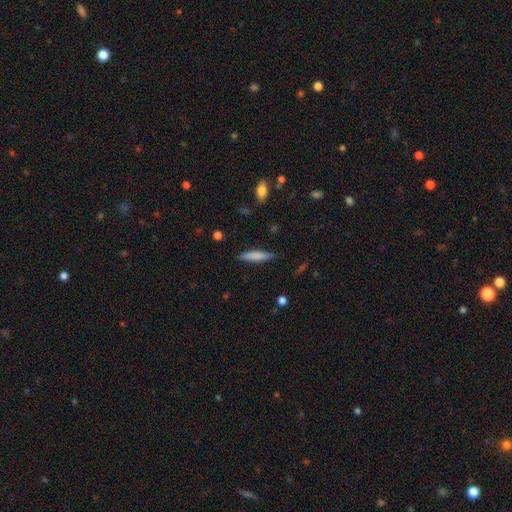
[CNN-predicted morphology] smooth 74%, featured or disk 20%, star or artifact 6%. Down the decision tree: how rounded — cigar-shaped (85%); merging — none (87%).